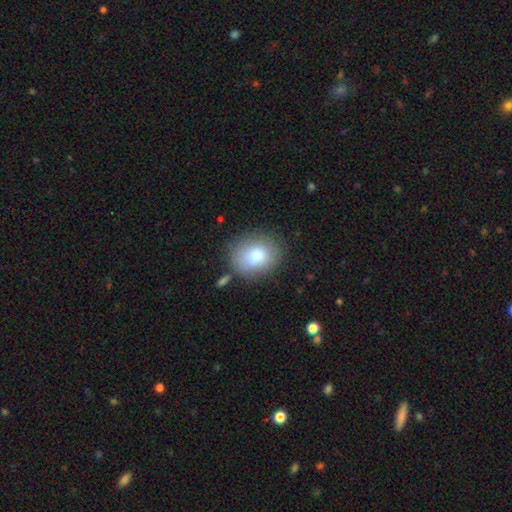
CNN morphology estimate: smooth_or_featured: smooth (p=0.83) [alt: featured or disk p=0.09]
how_rounded: round (p=0.54) [alt: in between p=0.45]
merging: none (p=0.77) [alt: minor disturbance p=0.14]